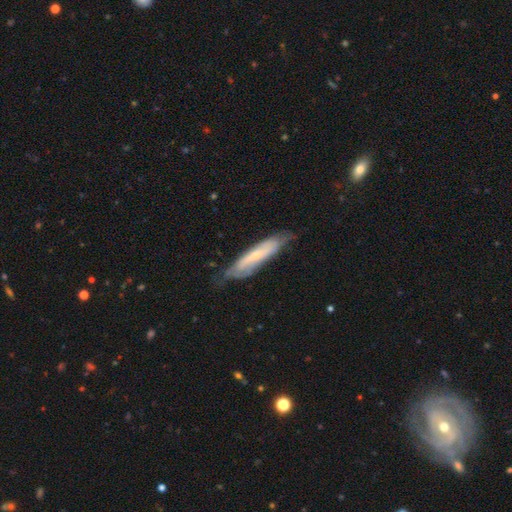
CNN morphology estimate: smooth-or-featured: featured or disk: 52% | smooth: 41% | star or artifact: 7%
  disk-edge-on: no: 52% | yes: 48%
  merging: none: 64% | minor disturbance: 27% | major disturbance: 8% | merger: 2%